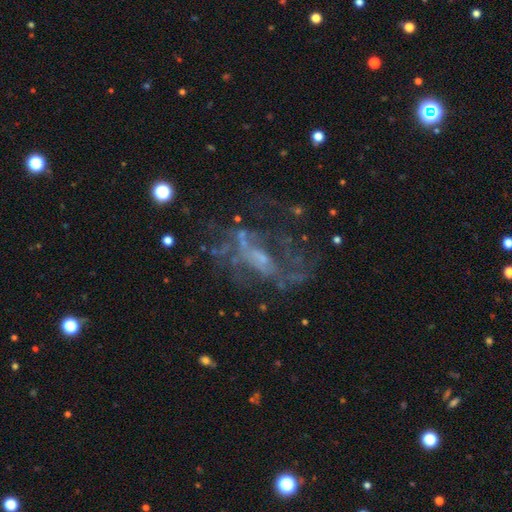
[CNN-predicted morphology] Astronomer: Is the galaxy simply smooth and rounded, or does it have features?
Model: featured or disk — 68%.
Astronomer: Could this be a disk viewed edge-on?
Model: no — 95%.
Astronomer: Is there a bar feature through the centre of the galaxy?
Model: no — 59%.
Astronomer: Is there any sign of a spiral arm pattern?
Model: no — 58% (runner-up: yes, 42%).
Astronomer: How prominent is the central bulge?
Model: small — 44% (runner-up: none, 33%).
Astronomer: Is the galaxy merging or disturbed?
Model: none — 43% (runner-up: major disturbance, 36%).